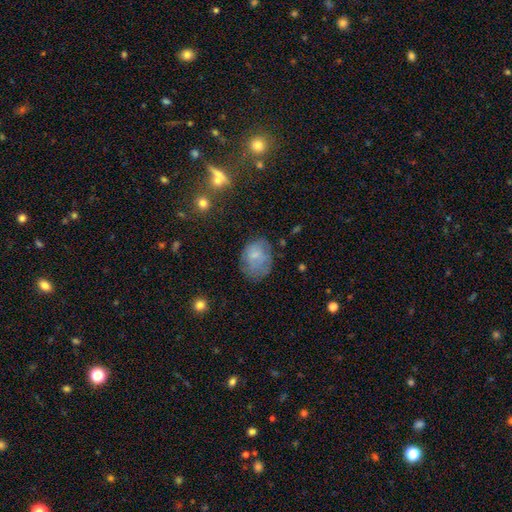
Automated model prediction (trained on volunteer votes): Morphology: type=smooth (67%); roundness=in between (56%); merging=none (58%).